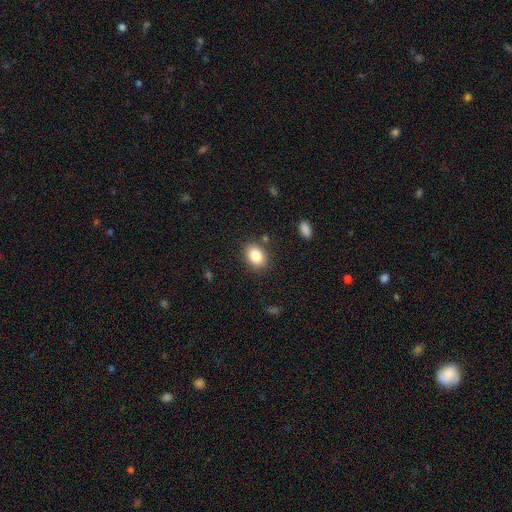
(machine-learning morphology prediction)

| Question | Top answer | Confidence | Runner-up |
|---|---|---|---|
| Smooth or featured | smooth | 84% | star or artifact (9%) |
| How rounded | in between | 68% | round (31%) |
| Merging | none | 84% | minor disturbance (10%) |